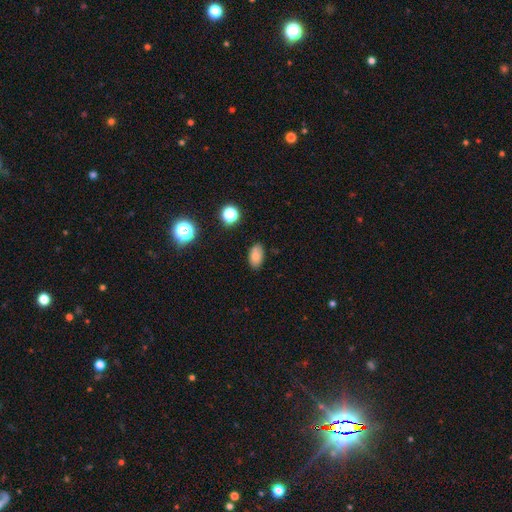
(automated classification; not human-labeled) Smooth or featured?
  - smooth: 79% *
  - star or artifact: 12%
  - featured or disk: 9%
How rounded?
  - in between: 91% *
  - round: 7%
  - cigar-shaped: 2%
Merging?
  - none: 82% *
  - minor disturbance: 14%
  - major disturbance: 3%
  - merger: 2%